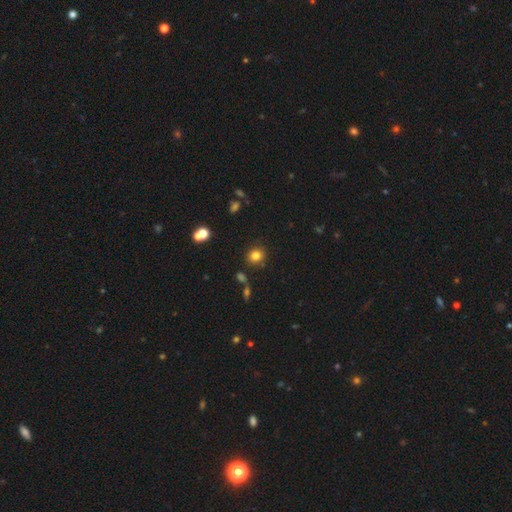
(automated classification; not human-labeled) This appears to be a smooth galaxy with no disk features (81%) that is round (77%). Merging: none (85%).